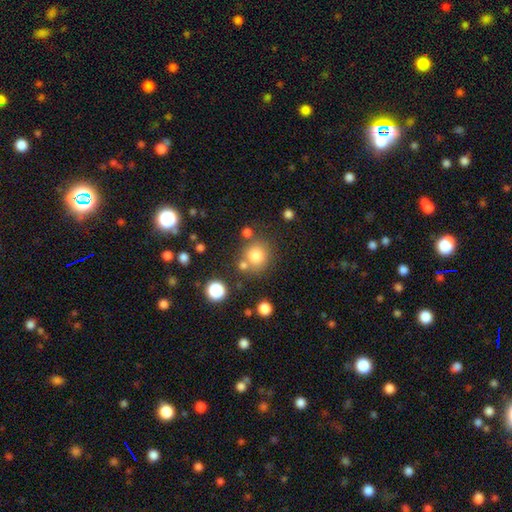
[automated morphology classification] A smooth galaxy with no disk features (79%) that is round (89%).

Vote fractions:
- Smooth or featured? smooth: 79% / star or artifact: 13% / featured or disk: 8%
- How rounded? round: 89% / in between: 10% / cigar-shaped: 1%
- Merging? none: 71% / merger: 14% / minor disturbance: 10% / major disturbance: 4%